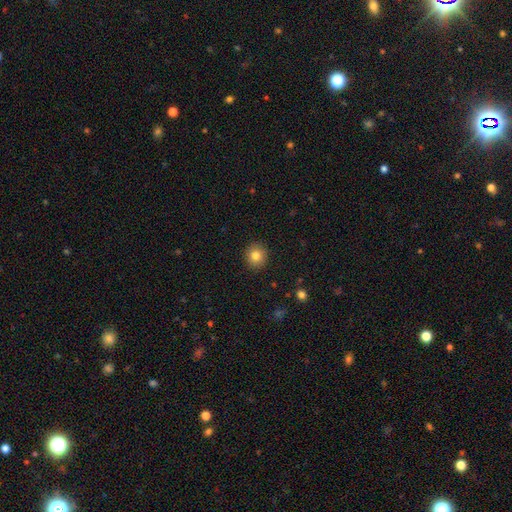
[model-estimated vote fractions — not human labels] This appears to be a smooth galaxy with no disk features (82%) that is round (88%). Merging: none (91%).